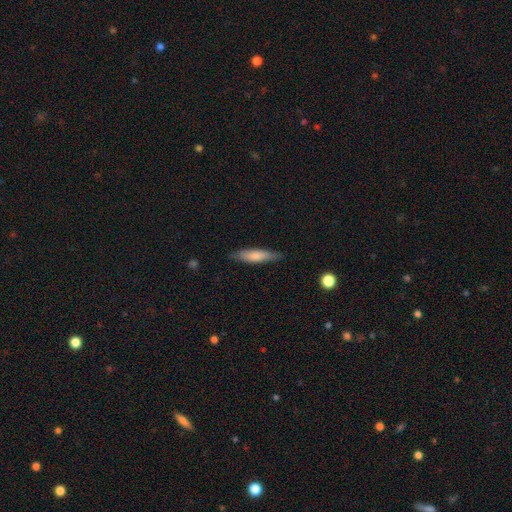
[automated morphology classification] smooth_or_featured: smooth (p=0.73) [alt: featured or disk p=0.22]
how_rounded: cigar-shaped (p=0.73) [alt: in between p=0.25]
merging: none (p=0.80) [alt: minor disturbance p=0.16]